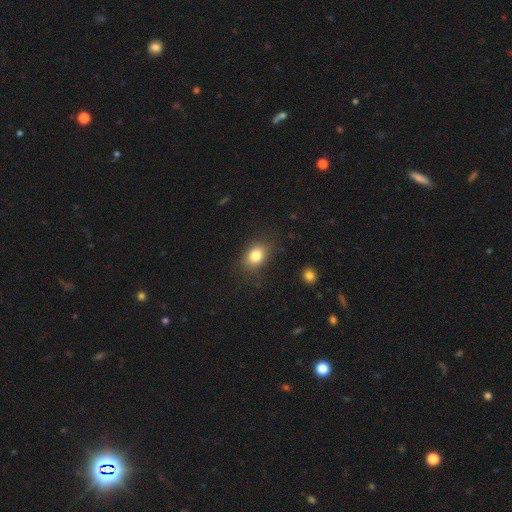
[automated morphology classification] A smooth galaxy with no disk features (82%) that is in between round and cigar-shaped (70%).

Vote fractions:
- Smooth or featured? smooth: 82% / star or artifact: 10% / featured or disk: 8%
- How rounded? in between: 70% / round: 29% / cigar-shaped: 1%
- Merging? none: 81% / minor disturbance: 13% / major disturbance: 4% / merger: 1%